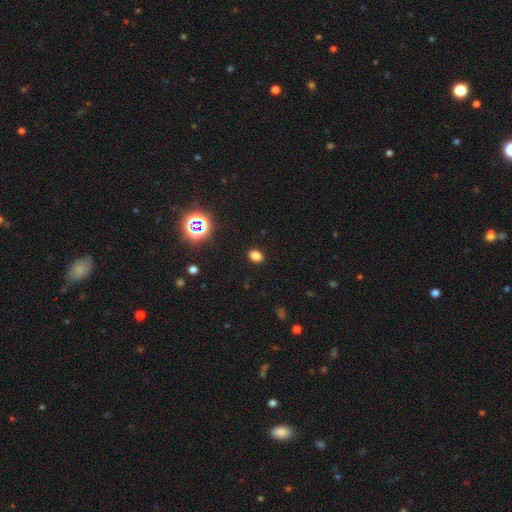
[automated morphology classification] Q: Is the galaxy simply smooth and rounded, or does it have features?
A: smooth — 78%.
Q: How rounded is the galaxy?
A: in between — 73%.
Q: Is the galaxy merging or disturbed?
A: none — 89%.